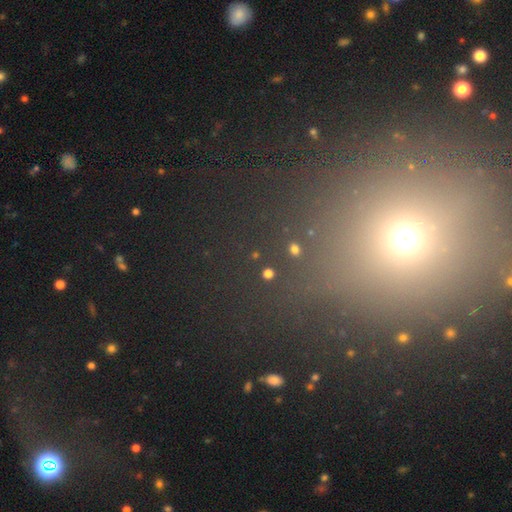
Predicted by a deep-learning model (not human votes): This is possibly a star or artifact rather than a galaxy (59%).